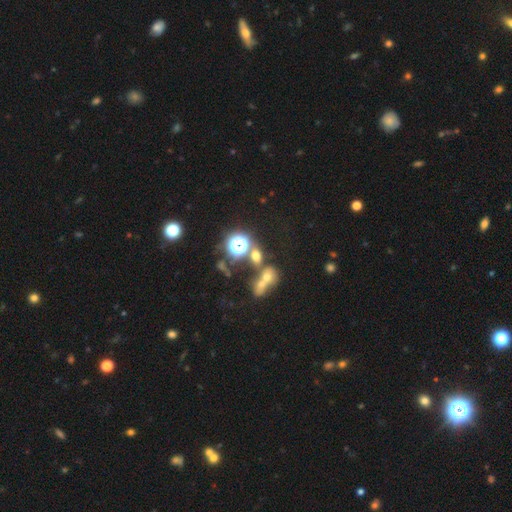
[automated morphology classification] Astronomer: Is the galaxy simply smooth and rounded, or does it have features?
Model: smooth — 48% (runner-up: star or artifact, 38%).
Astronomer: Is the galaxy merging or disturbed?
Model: none — 43% (runner-up: merger, 41%).